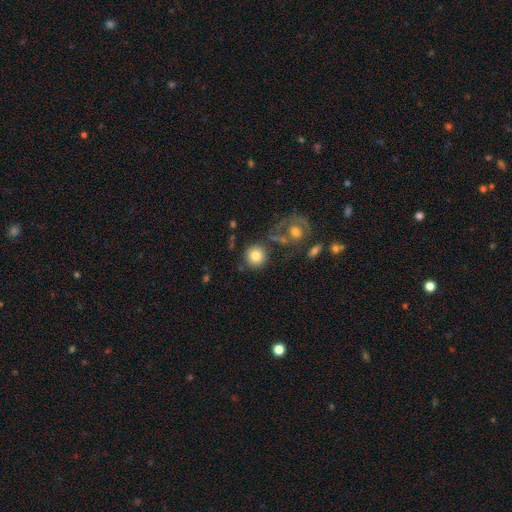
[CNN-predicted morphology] Smooth or featured? Predicted: smooth (p=0.81). How rounded? Predicted: round (p=0.92). Merging? Predicted: none (p=0.77).